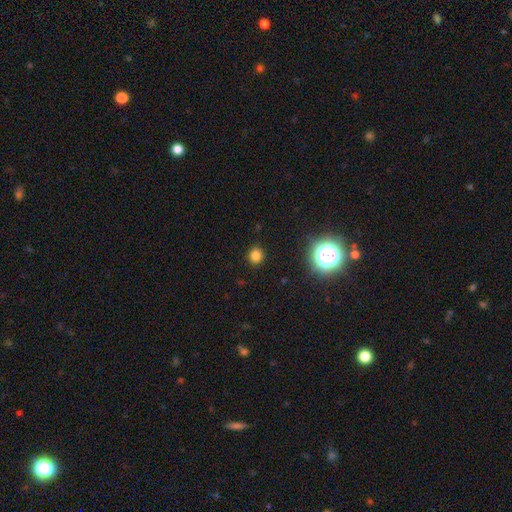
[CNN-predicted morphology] Smooth or featured: smooth — 79% (star or artifact — 17%)
How rounded: round — 88% (in between — 11%)
Merging: none — 91% (minor disturbance — 6%)